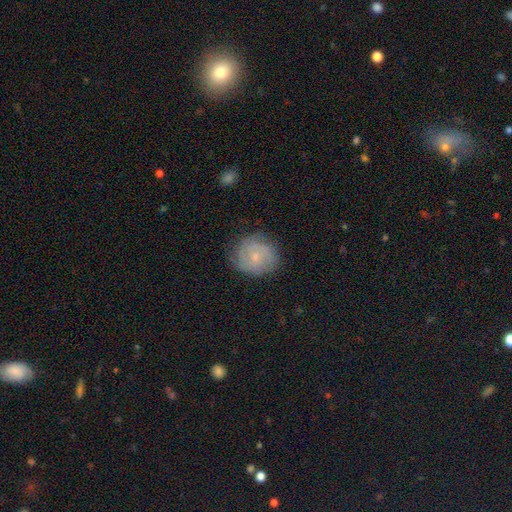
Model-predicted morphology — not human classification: Q: Smooth or featured?
A: featured or disk (55%); runner-up: smooth (37%)
Q: Edge-on disk?
A: no (98%); runner-up: yes (2%)
Q: Bar?
A: no (66%); runner-up: weak (30%)
Q: Spiral arms?
A: yes (85%); runner-up: no (15%)
Q: Bulge size?
A: small (70%); runner-up: moderate (21%)
Q: Merging?
A: none (74%); runner-up: minor disturbance (19%)